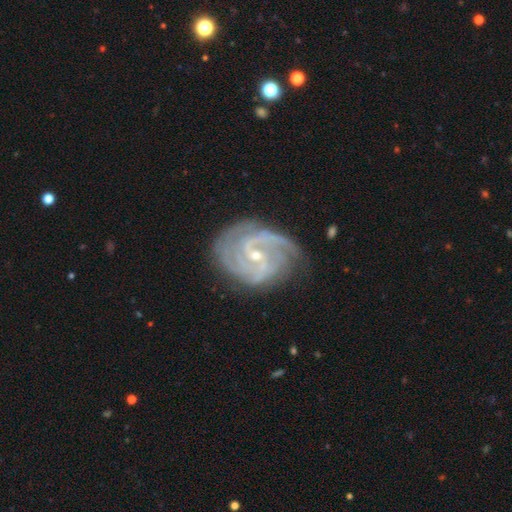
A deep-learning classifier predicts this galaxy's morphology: Smooth or featured: featured or disk — 91% (star or artifact — 5%)
Edge-on disk: no — 98% (yes — 2%)
Bar: weak — 49% (no — 32%)
Spiral arms: yes — 98% (no — 2%)
Spiral winding: tight — 48% (medium — 43%)
Spiral arm count: 2 — 39% (3 — 27%)
Bulge size: small — 71% (moderate — 26%)
Merging: none — 71% (minor disturbance — 20%)